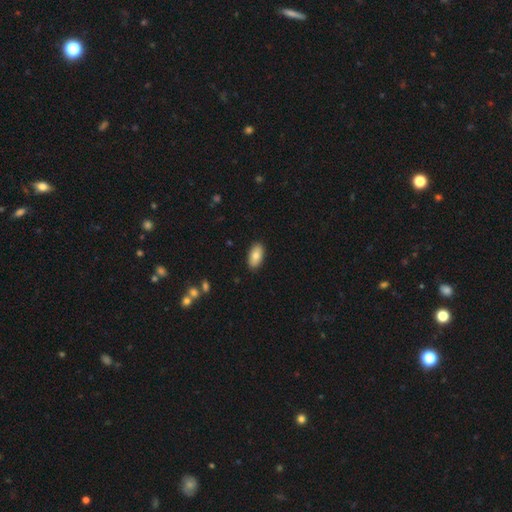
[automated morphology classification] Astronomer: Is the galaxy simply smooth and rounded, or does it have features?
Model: smooth — 83%.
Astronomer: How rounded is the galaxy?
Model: in between — 93%.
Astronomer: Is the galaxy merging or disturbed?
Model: none — 89%.